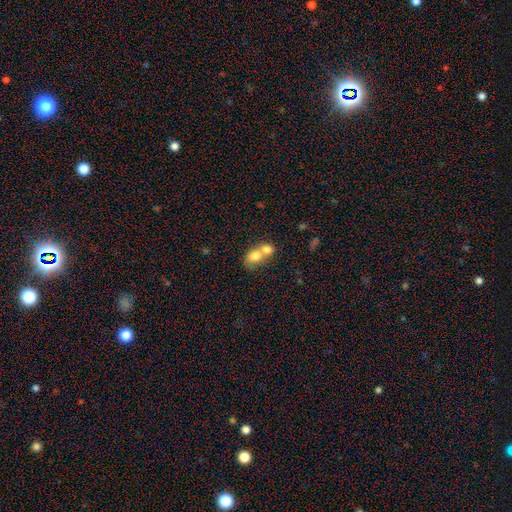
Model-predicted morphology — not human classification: Smooth or featured: smooth — 72% (featured or disk — 19%)
How rounded: round — 50% (in between — 48%)
Merging: merger — 74% (none — 17%)